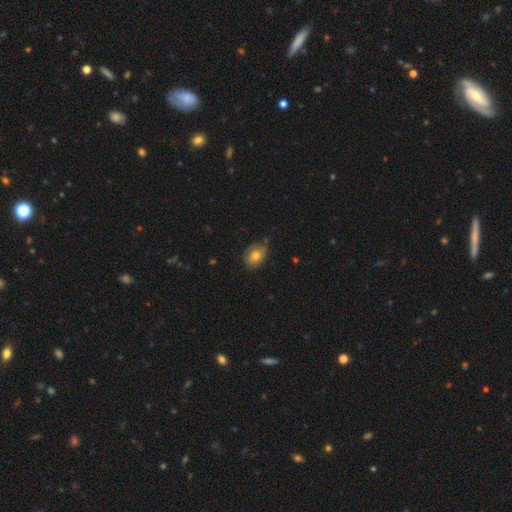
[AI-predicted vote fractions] smooth_or_featured: smooth (p=0.74) [alt: featured or disk p=0.18]
how_rounded: in between (p=0.70) [alt: round p=0.28]
merging: none (p=0.65) [alt: minor disturbance p=0.27]